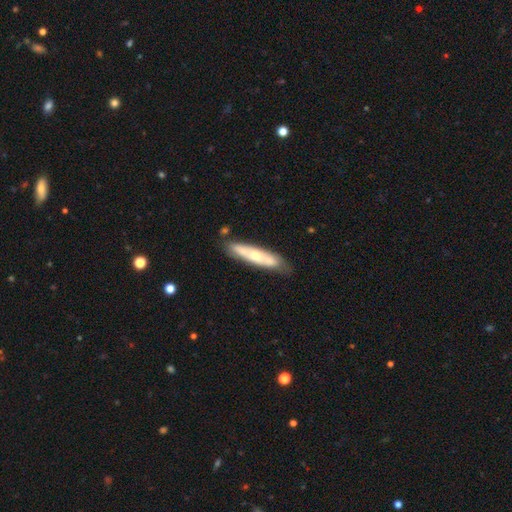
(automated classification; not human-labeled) featured or disk 50%, smooth 44%, star or artifact 5%. Down the decision tree: edge-on disk — yes (52%); merging — none (75%).